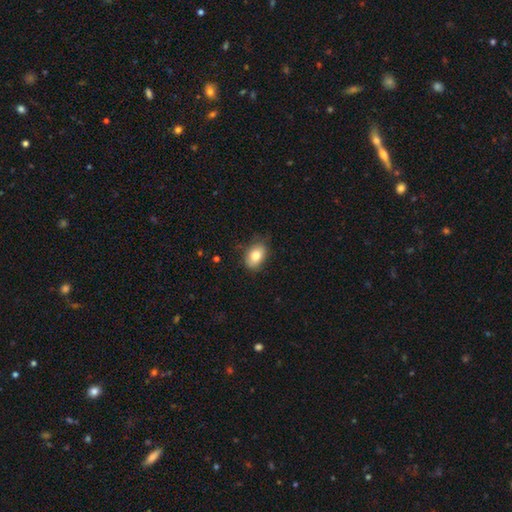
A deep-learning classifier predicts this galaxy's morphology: This is clearly a smooth galaxy (82%). How rounded: clearly in between (85%). Merging: likely none (76%).